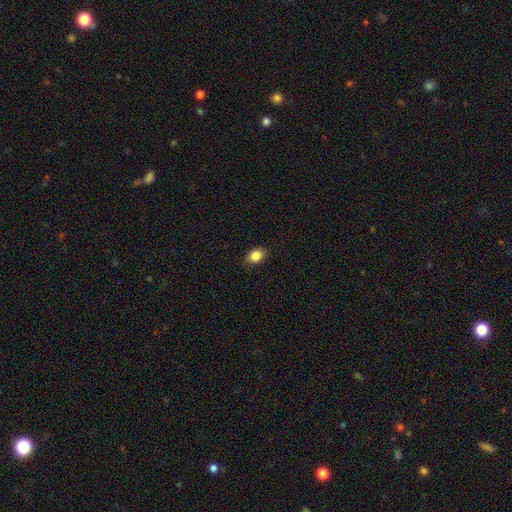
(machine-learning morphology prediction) Smooth or featured? Predicted: smooth (p=0.86). How rounded? Predicted: in between (p=0.70). Merging? Predicted: none (p=0.88).